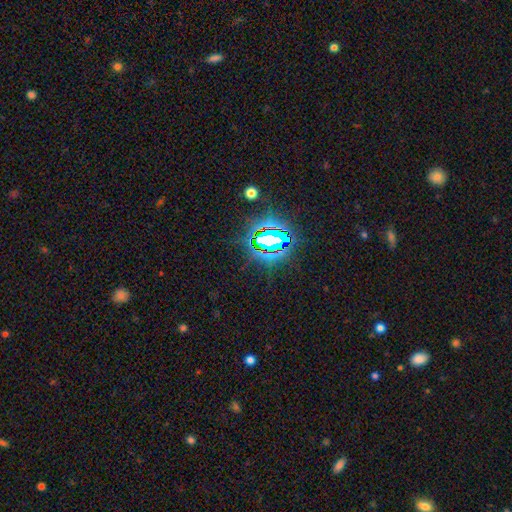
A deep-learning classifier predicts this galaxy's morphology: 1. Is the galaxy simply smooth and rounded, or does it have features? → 78% star or artifact, 12% smooth, 9% featured or disk.